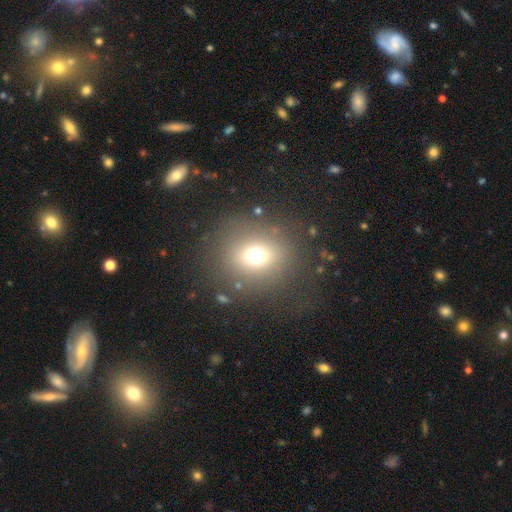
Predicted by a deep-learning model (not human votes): Overall: smooth (68%). How rounded: round (80%). Merging: none (81%).